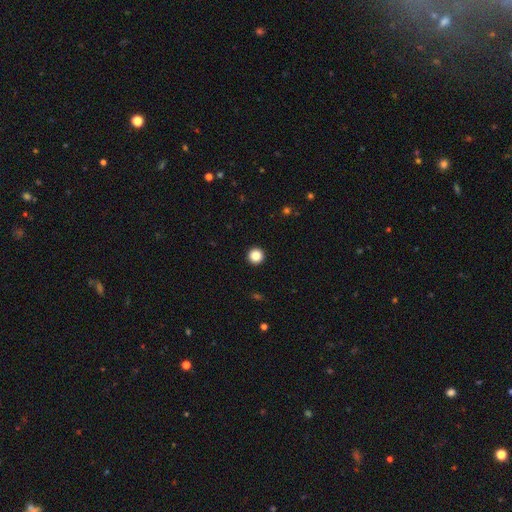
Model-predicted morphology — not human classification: This is clearly a smooth galaxy (87%). How rounded: clearly round (97%). Merging: clearly none (94%).